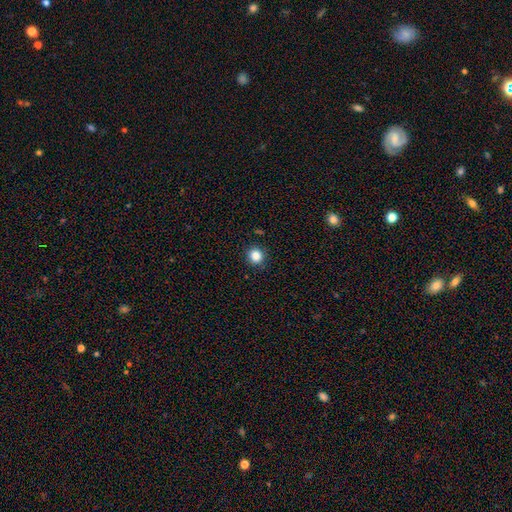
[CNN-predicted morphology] A smooth galaxy with no disk features (85%) that is round (91%).

Vote fractions:
- Smooth or featured? smooth: 85% / star or artifact: 11% / featured or disk: 4%
- How rounded? round: 91% / in between: 8% / cigar-shaped: 1%
- Merging? none: 91% / minor disturbance: 6% / major disturbance: 2% / merger: 1%